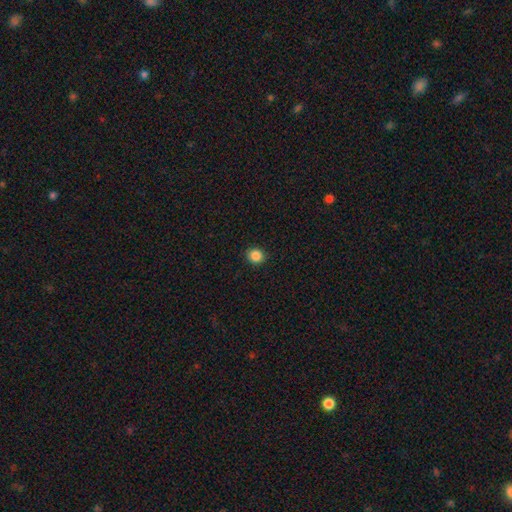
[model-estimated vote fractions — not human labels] Morphology: type=smooth (86%); roundness=round (87%); merging=none (91%).